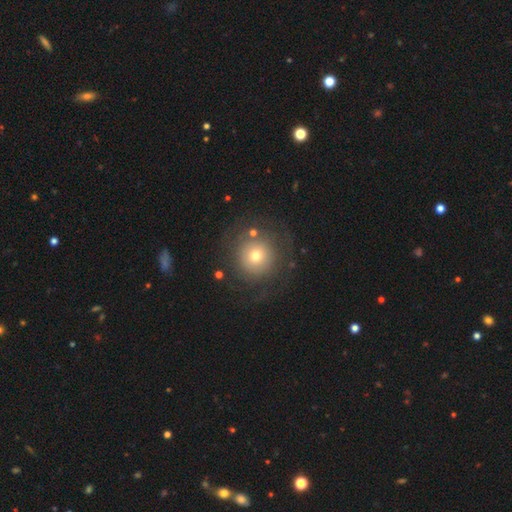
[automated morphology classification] smooth 60%, featured or disk 27%, star or artifact 13%. Down the decision tree: how rounded — round (94%); merging — none (74%).